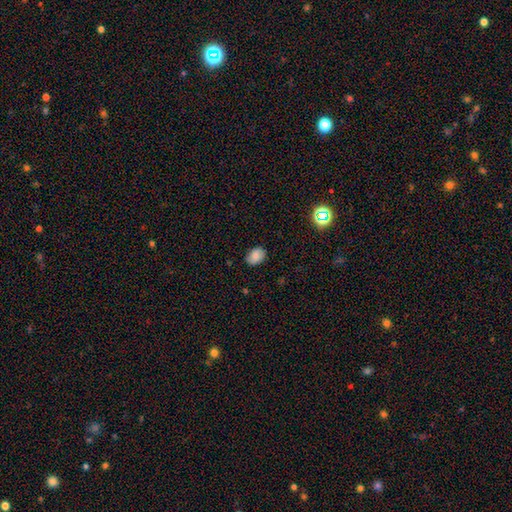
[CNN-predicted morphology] This is clearly a smooth galaxy (81%). How rounded: likely in between (77%). Merging: clearly none (81%).